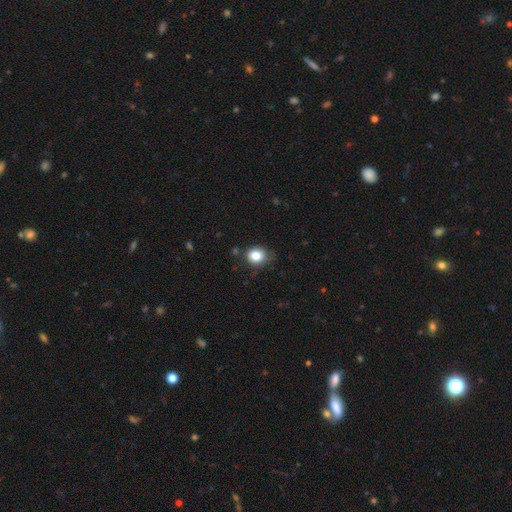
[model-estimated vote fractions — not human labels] This appears to be a smooth galaxy with no disk features (84%) that is round (66%). Merging: none (68%).